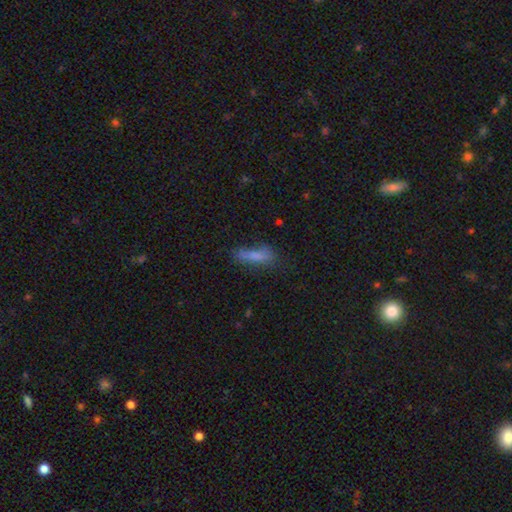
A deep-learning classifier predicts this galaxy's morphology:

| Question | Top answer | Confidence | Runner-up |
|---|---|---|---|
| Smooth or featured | smooth | 74% | featured or disk (17%) |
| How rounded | cigar-shaped | 64% | in between (34%) |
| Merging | none | 56% | minor disturbance (27%) |